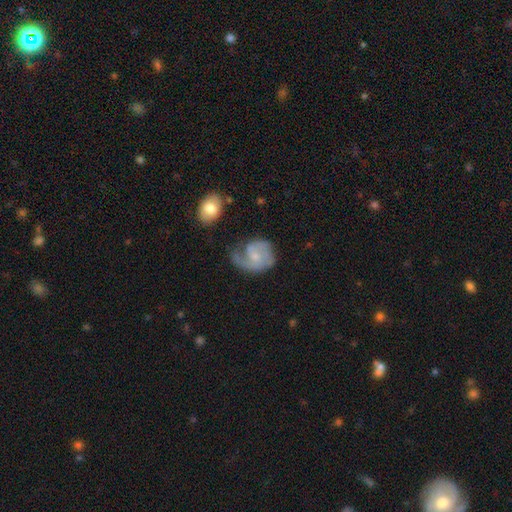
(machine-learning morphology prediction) Q: Smooth or featured?
A: featured or disk (71%); runner-up: smooth (23%)
Q: Edge-on disk?
A: no (98%); runner-up: yes (2%)
Q: Bar?
A: no (60%); runner-up: weak (35%)
Q: Spiral arms?
A: yes (90%); runner-up: no (10%)
Q: Spiral winding?
A: medium (44%); runner-up: tight (28%)
Q: Spiral arm count?
A: 2 (41%); runner-up: 1 (40%)
Q: Bulge size?
A: small (59%); runner-up: moderate (29%)
Q: Merging?
A: none (43%); runner-up: major disturbance (26%)